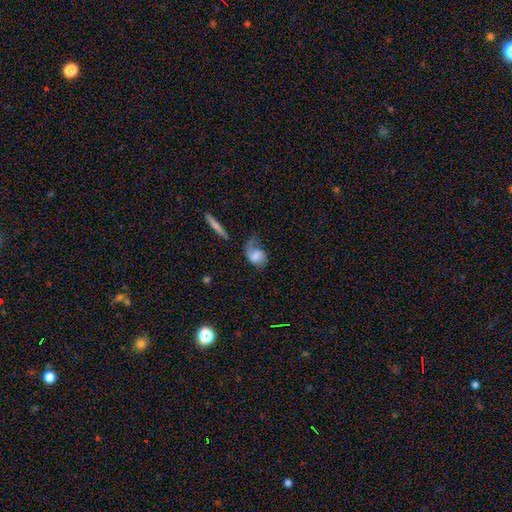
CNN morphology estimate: A featured or disk galaxy (46%, tied with smooth). Merging: none (36%).